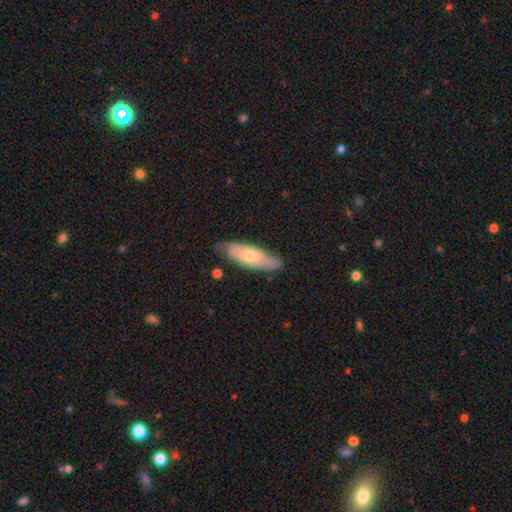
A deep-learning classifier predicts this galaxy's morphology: Q: Smooth or featured?
A: featured or disk (53%); runner-up: smooth (40%)
Q: Edge-on disk?
A: no (72%); runner-up: yes (28%)
Q: Merging?
A: none (76%); runner-up: minor disturbance (19%)